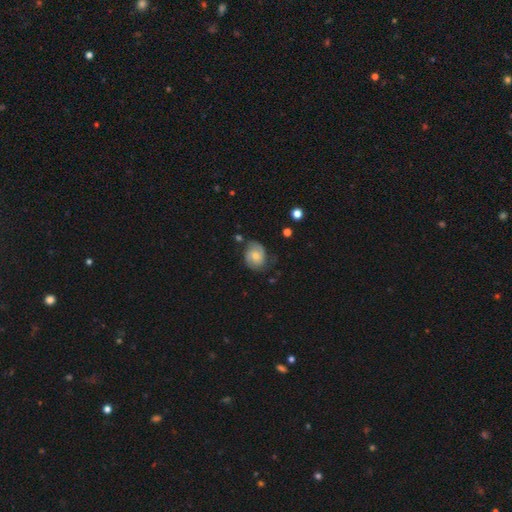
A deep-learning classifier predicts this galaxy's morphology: Q: Smooth or featured?
A: featured or disk (66%); runner-up: smooth (27%)
Q: Edge-on disk?
A: no (97%); runner-up: yes (3%)
Q: Bar?
A: no (63%); runner-up: weak (32%)
Q: Spiral arms?
A: yes (91%); runner-up: no (9%)
Q: Spiral winding?
A: tight (43%); runner-up: medium (41%)
Q: Spiral arm count?
A: 2 (75%); runner-up: can't tell (13%)
Q: Bulge size?
A: moderate (51%); runner-up: small (43%)
Q: Merging?
A: none (68%); runner-up: minor disturbance (22%)